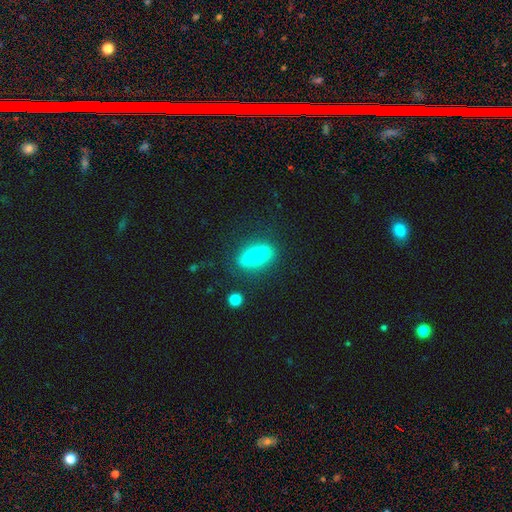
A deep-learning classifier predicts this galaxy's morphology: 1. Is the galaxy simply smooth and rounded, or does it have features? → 76% smooth, 17% featured or disk, 8% star or artifact.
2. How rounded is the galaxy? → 55% cigar-shaped, 42% in between, 3% round.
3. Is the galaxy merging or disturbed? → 74% none, 17% minor disturbance, 6% major disturbance, 3% merger.